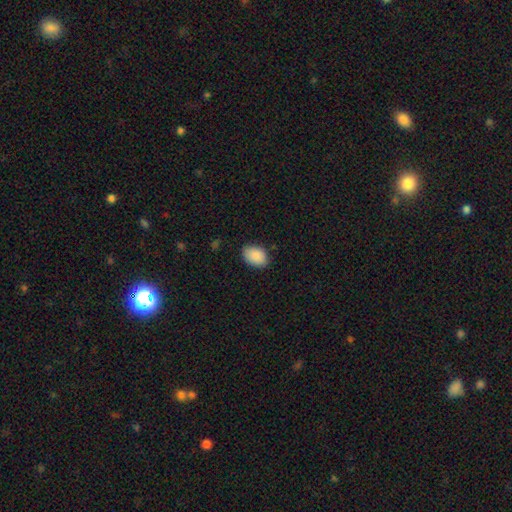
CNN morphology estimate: Smooth or featured? Predicted: smooth (p=0.89). How rounded? Predicted: in between (p=0.80). Merging? Predicted: none (p=0.82).